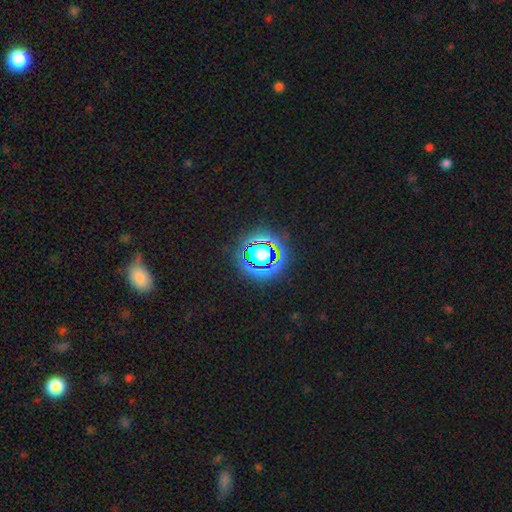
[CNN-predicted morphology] Overall: star or artifact (75%).